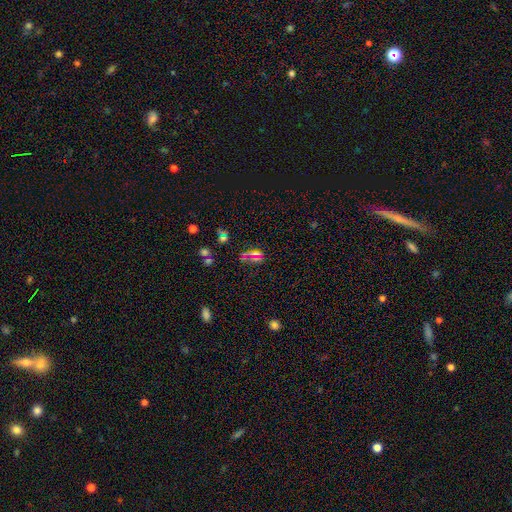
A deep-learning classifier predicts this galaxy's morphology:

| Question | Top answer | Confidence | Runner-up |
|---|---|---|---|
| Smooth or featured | star or artifact | 50% | smooth (38%) |